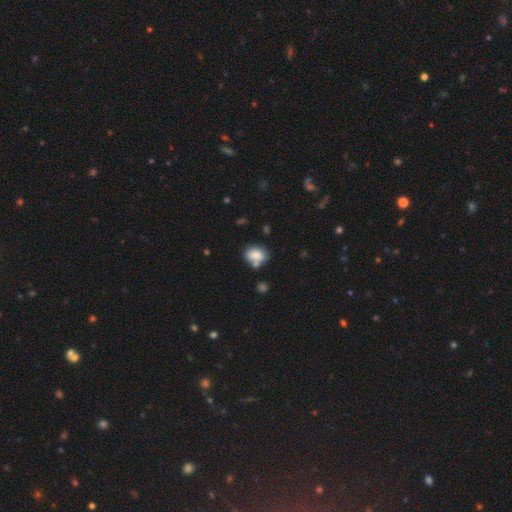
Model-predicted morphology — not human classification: Smooth or featured?
  - smooth: 83% *
  - star or artifact: 9%
  - featured or disk: 8%
How rounded?
  - in between: 65% *
  - round: 34%
  - cigar-shaped: 1%
Merging?
  - none: 55% *
  - merger: 22%
  - minor disturbance: 18%
  - major disturbance: 5%